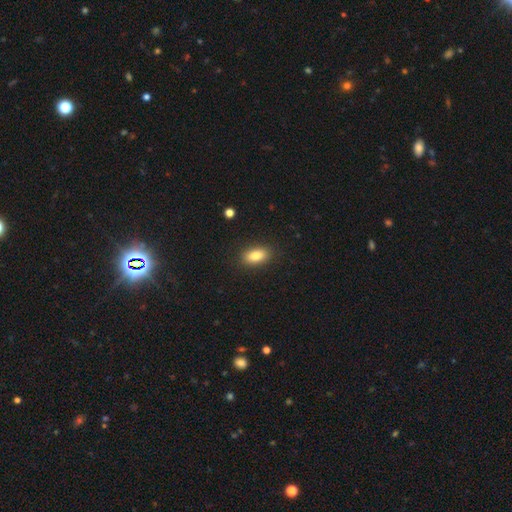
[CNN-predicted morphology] type=smooth (85%); roundness=in between (89%); merging=none (88%).